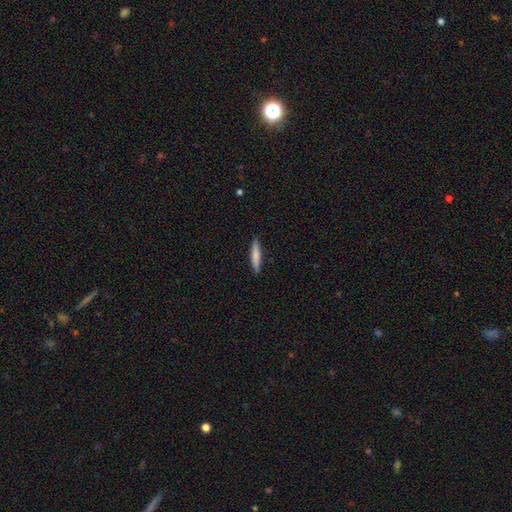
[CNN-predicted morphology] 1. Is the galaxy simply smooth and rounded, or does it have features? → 76% smooth, 19% featured or disk, 5% star or artifact.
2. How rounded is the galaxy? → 91% cigar-shaped, 7% in between, 1% round.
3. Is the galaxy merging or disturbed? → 91% none, 7% minor disturbance, 1% major disturbance, 1% merger.